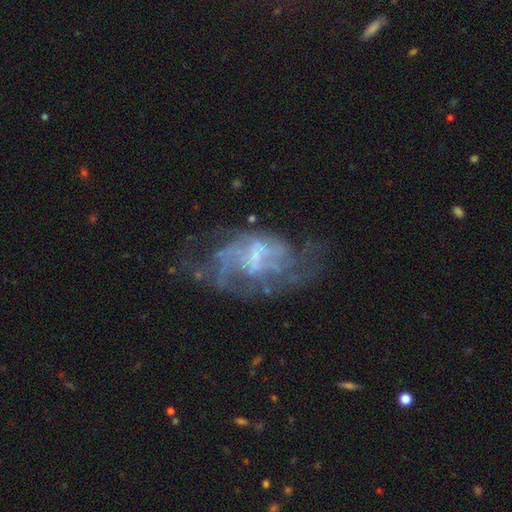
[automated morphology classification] This appears to be a featured or disk galaxy (76%) with a weak bar (44%), spiral arms (66%) and a small central bulge (42%). Merging: none (46%).